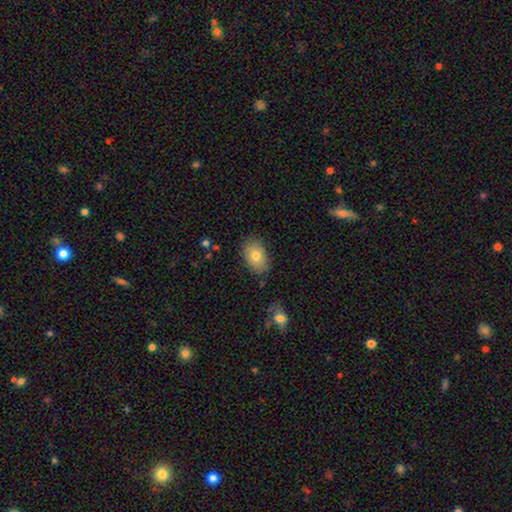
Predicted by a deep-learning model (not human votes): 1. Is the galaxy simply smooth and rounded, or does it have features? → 78% smooth, 14% featured or disk, 8% star or artifact.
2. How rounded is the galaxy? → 85% in between, 14% round, 1% cigar-shaped.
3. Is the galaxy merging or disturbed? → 83% none, 12% minor disturbance, 3% major disturbance, 2% merger.